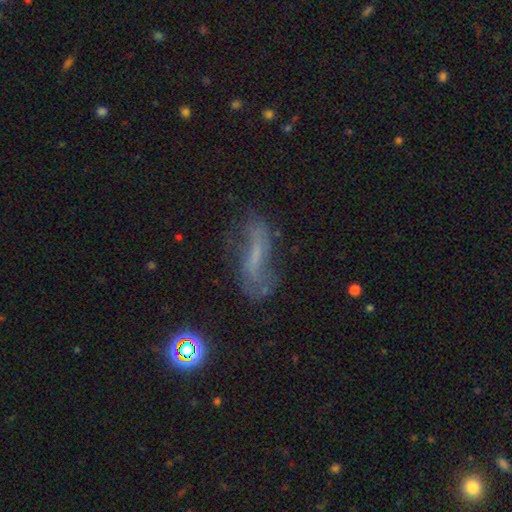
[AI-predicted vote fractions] The model was most divided on "smooth or featured": featured or disk: 53%, smooth: 30%, star or artifact: 16%. More confident: edge-on disk — no (80%); merging — none (54%).